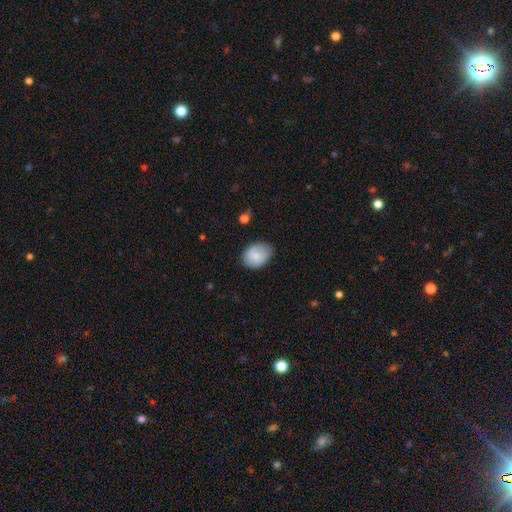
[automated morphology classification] A smooth galaxy with no disk features (81%) that is in between round and cigar-shaped (66%). Merging: none (72%).